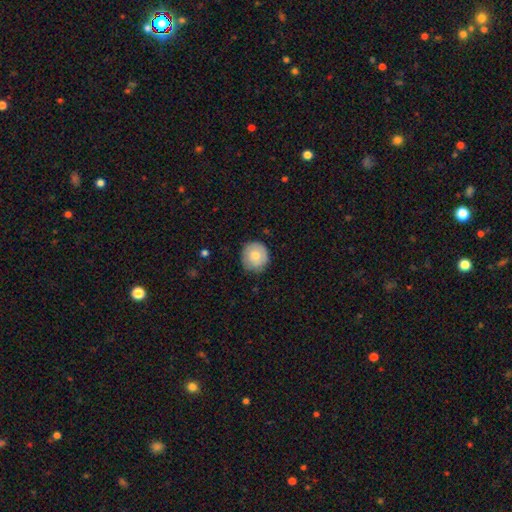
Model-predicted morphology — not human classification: smooth-or-featured: smooth: 73% | featured or disk: 20% | star or artifact: 7%
  how-rounded: round: 90% | in between: 9% | cigar-shaped: 1%
  merging: none: 79% | minor disturbance: 17% | major disturbance: 3% | merger: 1%